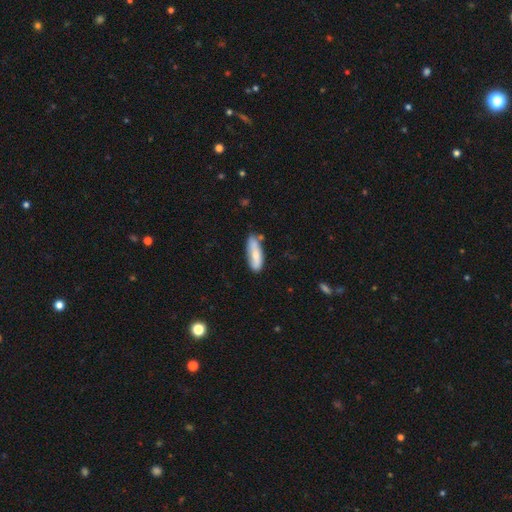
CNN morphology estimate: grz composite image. It shows a smooth galaxy with no disk features (67%) that is in between round and cigar-shaped (53%). Merging: none (66%).